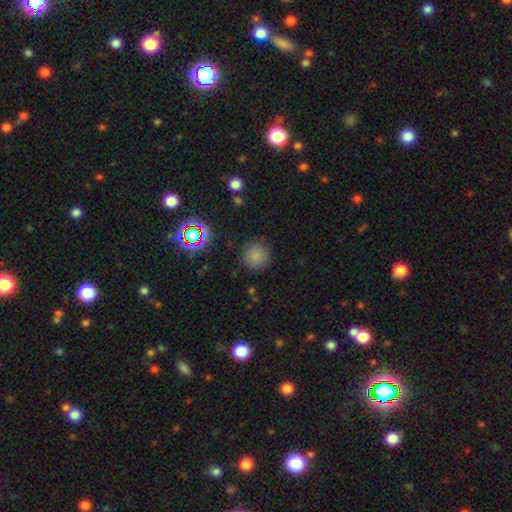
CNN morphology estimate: This appears to be a smooth galaxy with no disk features (79%) that is round (94%). Merging: none (88%).